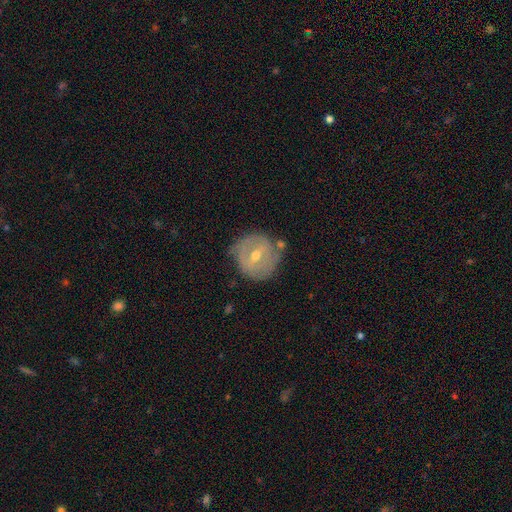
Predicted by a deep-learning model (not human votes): featured or disk 61%, smooth 31%, star or artifact 8%. Down the decision tree: edge-on disk — no (95%); bar — weak (52%); spiral arms — yes (52%); bulge size — moderate (61%); merging — none (70%).